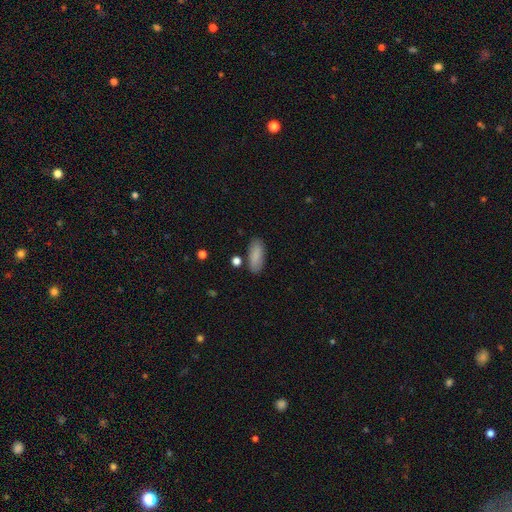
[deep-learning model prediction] This appears to be a smooth galaxy with no disk features (87%) that is in between round and cigar-shaped (77%). Merging: none (83%).